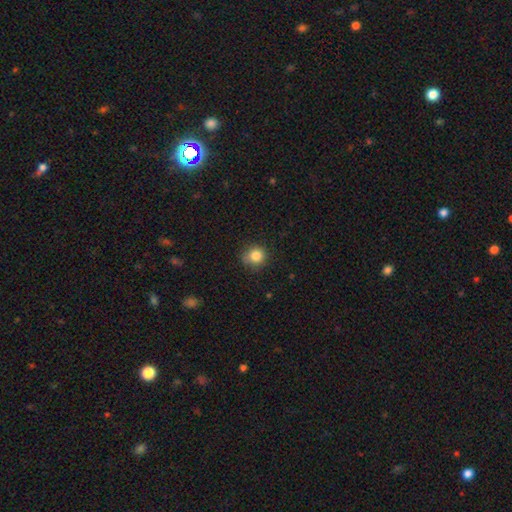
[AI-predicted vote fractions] This appears to be a smooth galaxy with no disk features (83%) that is round (86%). Merging: none (77%).